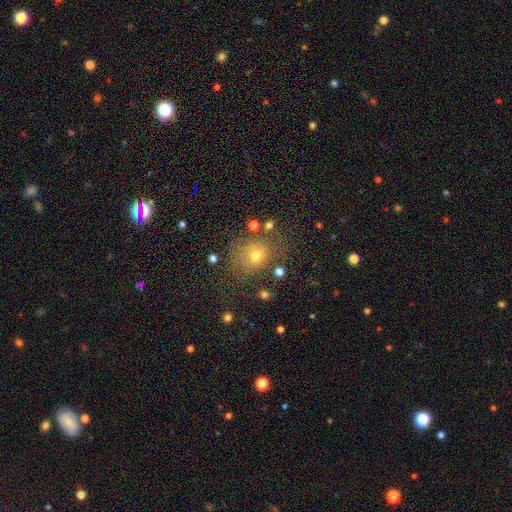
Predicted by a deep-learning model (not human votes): Smooth or featured?
  - smooth: 67% *
  - star or artifact: 19%
  - featured or disk: 14%
How rounded?
  - round: 71% *
  - in between: 28%
  - cigar-shaped: 1%
Merging?
  - none: 70% *
  - minor disturbance: 17%
  - major disturbance: 9%
  - merger: 4%